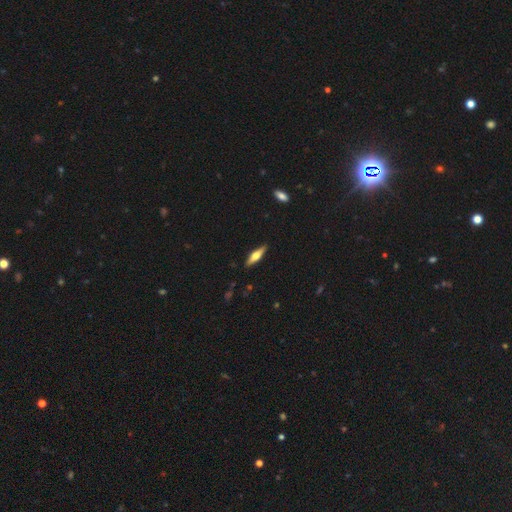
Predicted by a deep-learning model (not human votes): Q: Smooth or featured?
A: featured or disk (54%); runner-up: smooth (40%)
Q: Edge-on disk?
A: yes (95%); runner-up: no (5%)
Q: Edge-on bulge?
A: rounded (90%); runner-up: boxy (7%)
Q: Merging?
A: none (89%); runner-up: minor disturbance (8%)